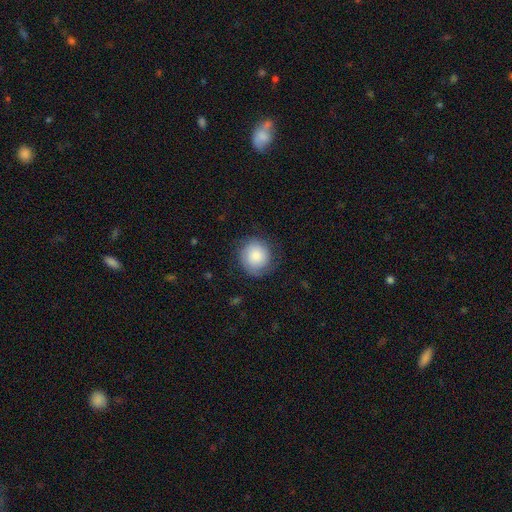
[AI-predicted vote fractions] Morphology: type=smooth (80%); roundness=round (90%); merging=none (78%).